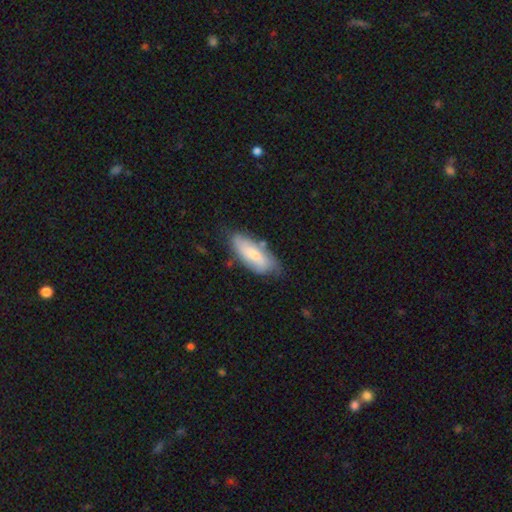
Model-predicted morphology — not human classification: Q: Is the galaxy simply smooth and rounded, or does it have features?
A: smooth — 54%.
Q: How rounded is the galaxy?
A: in between — 76%.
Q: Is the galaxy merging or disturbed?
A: none — 62%.